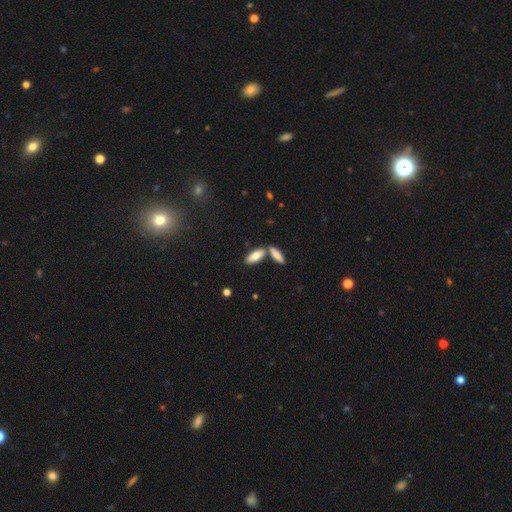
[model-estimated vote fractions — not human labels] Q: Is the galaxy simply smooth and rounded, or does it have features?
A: smooth — 78%.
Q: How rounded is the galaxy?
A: in between — 73%.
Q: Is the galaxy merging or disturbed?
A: none — 60%.